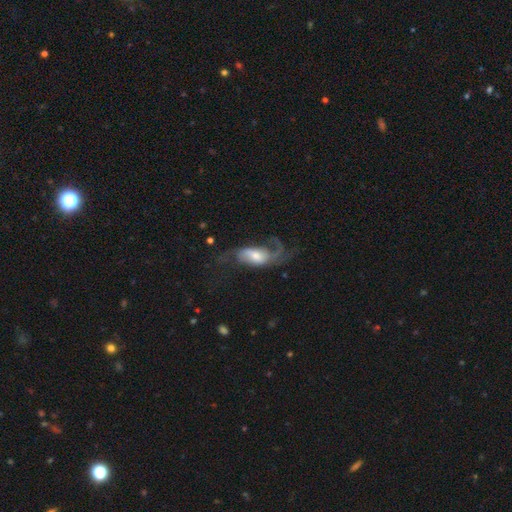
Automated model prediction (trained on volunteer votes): smooth_or_featured: featured or disk (p=0.70) [alt: smooth p=0.23]
disk_edge_on: no (p=0.94) [alt: yes p=0.06]
bar: no (p=0.48) [alt: weak p=0.37]
has_spiral_arms: yes (p=0.89) [alt: no p=0.11]
spiral_winding: loose (p=0.74) [alt: medium p=0.21]
spiral_arm_count: 2 (p=0.64) [alt: 1 p=0.14]
bulge_size: moderate (p=0.48) [alt: small p=0.29]
merging: major disturbance (p=0.43) [alt: none p=0.36]